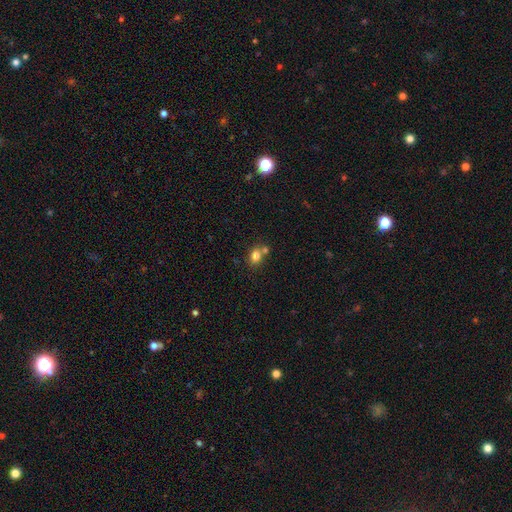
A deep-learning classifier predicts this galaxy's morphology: Smooth or featured? Predicted: smooth (p=0.80). How rounded? Predicted: in between (p=0.51). Merging? Predicted: none (p=0.55).